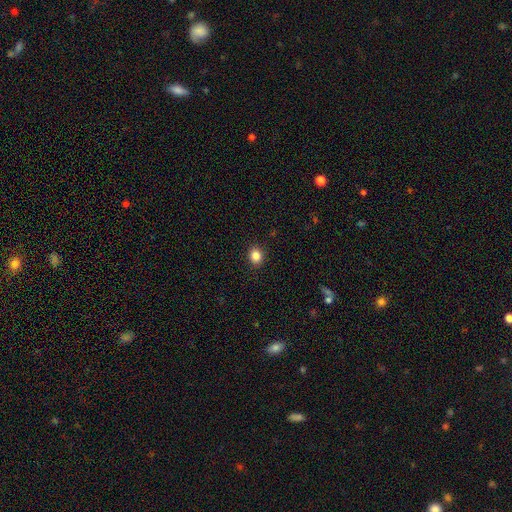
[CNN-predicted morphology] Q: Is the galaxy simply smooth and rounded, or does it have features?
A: smooth — 85%.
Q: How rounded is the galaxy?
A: round — 63%.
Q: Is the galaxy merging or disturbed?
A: none — 91%.